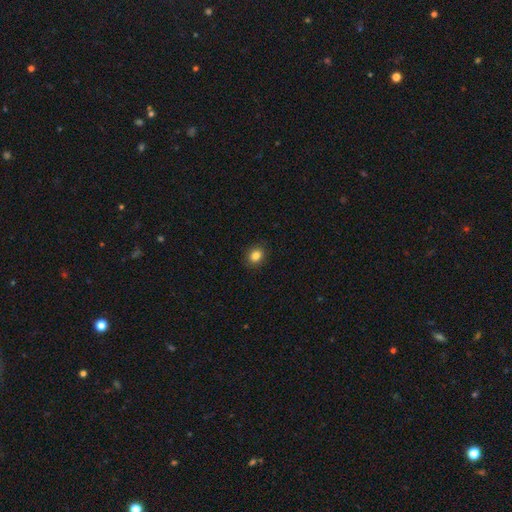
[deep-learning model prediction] Morphology: type=smooth (85%); roundness=round (57%); merging=none (90%).